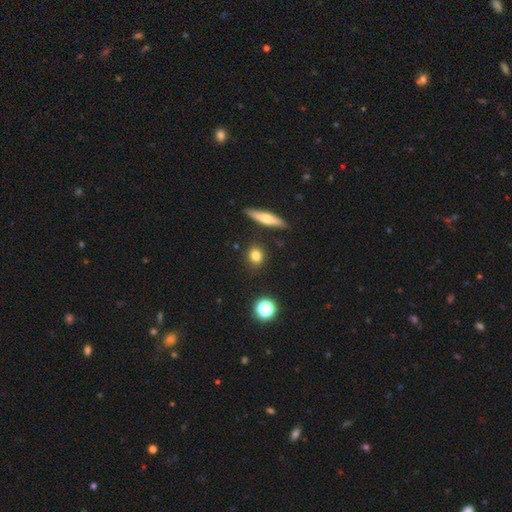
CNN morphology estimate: This appears to be a smooth galaxy with no disk features (78%) that is round (68%). Merging: none (86%).